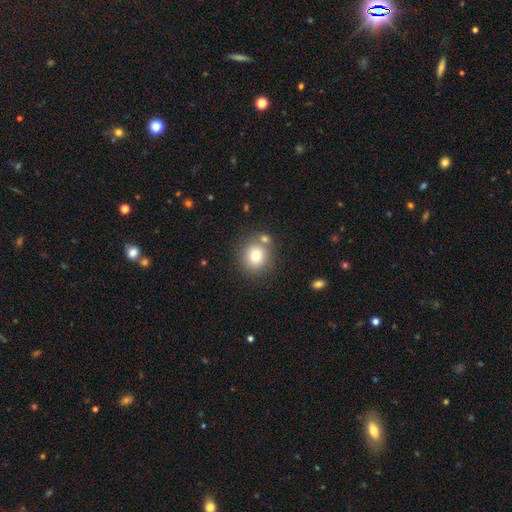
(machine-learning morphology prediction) A smooth galaxy with no disk features (78%) that is round (87%). Merging: none (70%).